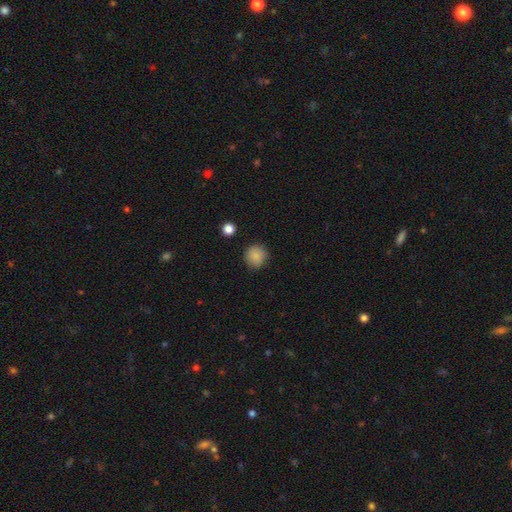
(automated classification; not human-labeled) A smooth galaxy with no disk features (85%) that is round (88%).

Vote fractions:
- Smooth or featured? smooth: 85% / star or artifact: 9% / featured or disk: 5%
- How rounded? round: 88% / in between: 11% / cigar-shaped: 1%
- Merging? none: 83% / minor disturbance: 12% / major disturbance: 3% / merger: 2%